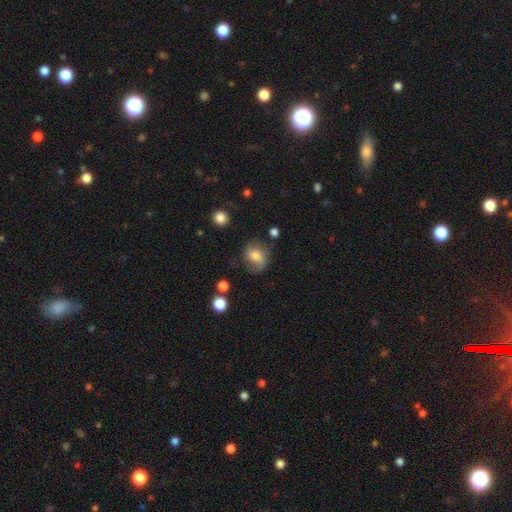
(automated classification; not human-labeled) smooth 67%, featured or disk 24%, star or artifact 9%. Down the decision tree: how rounded — round (56%); merging — none (63%).